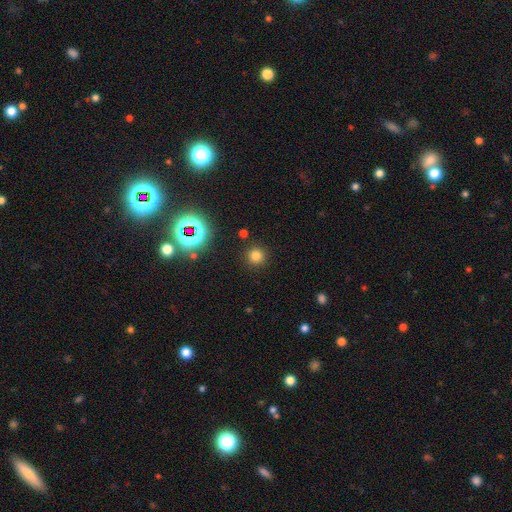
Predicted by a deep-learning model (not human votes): A smooth galaxy with no disk features (76%) that is round (94%).

Vote fractions:
- Smooth or featured? smooth: 76% / star or artifact: 19% / featured or disk: 5%
- How rounded? round: 94% / in between: 5% / cigar-shaped: 1%
- Merging? none: 89% / minor disturbance: 6% / major disturbance: 3% / merger: 2%